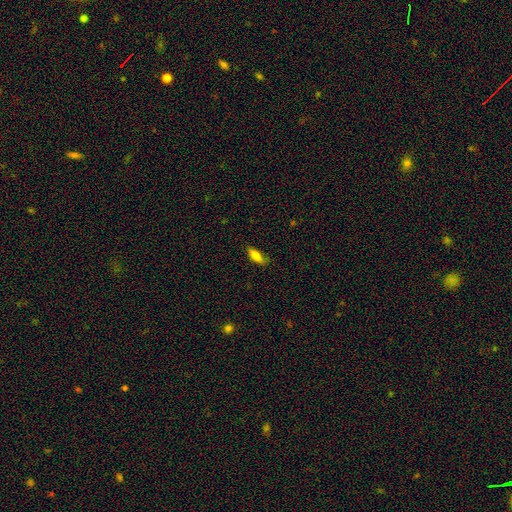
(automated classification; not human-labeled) smooth_or_featured: smooth (p=0.79) [alt: featured or disk p=0.13]
how_rounded: in between (p=0.65) [alt: cigar-shaped p=0.33]
merging: none (p=0.76) [alt: minor disturbance p=0.19]